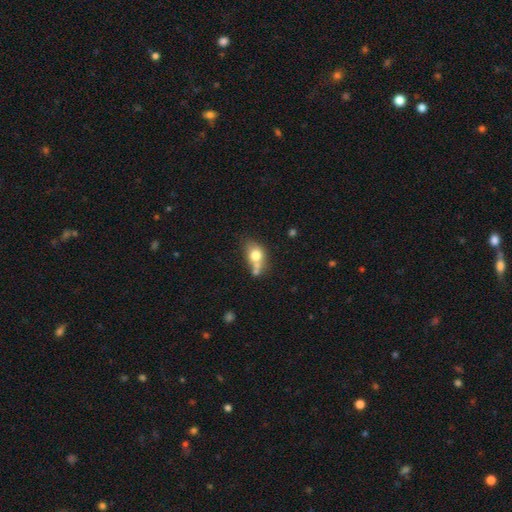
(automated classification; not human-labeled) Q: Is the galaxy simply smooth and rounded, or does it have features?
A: smooth — 71%.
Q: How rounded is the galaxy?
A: in between — 60%.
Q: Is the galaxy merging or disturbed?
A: merger — 37%, tied with none.